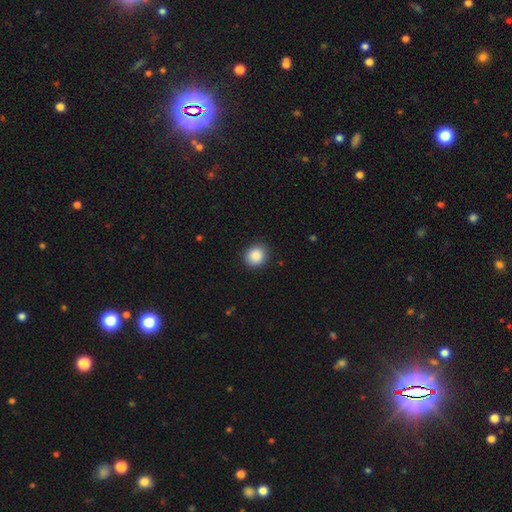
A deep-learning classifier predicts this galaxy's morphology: A smooth galaxy with no disk features (88%) that is round (82%). Merging: none (89%).